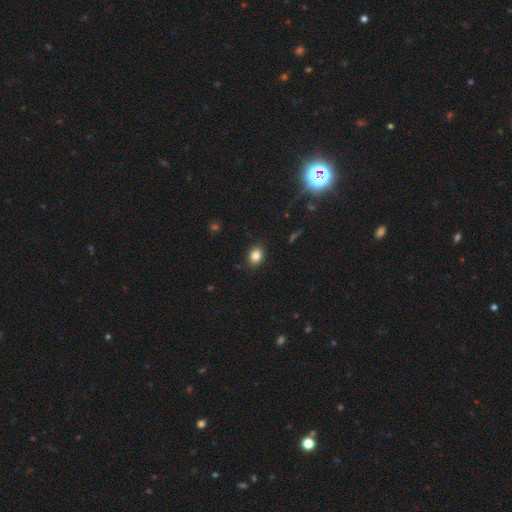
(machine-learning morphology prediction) Overall: smooth (84%). How rounded: in between (60%; round 38%). Merging: none (87%).